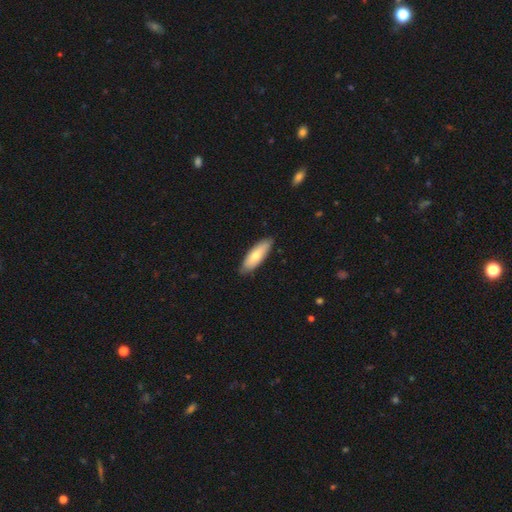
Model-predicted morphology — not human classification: A smooth galaxy with no disk features (71%) that is in between round and cigar-shaped (59%). Merging: none (85%).